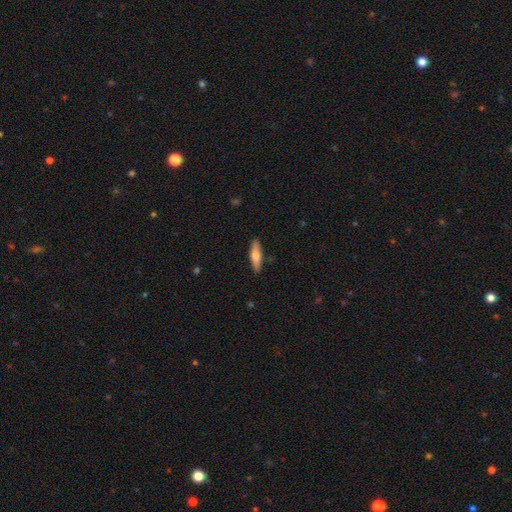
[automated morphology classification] smooth_or_featured: smooth (p=0.65) [alt: featured or disk p=0.29]
how_rounded: cigar-shaped (p=0.70) [alt: in between p=0.28]
merging: none (p=0.87) [alt: minor disturbance p=0.09]